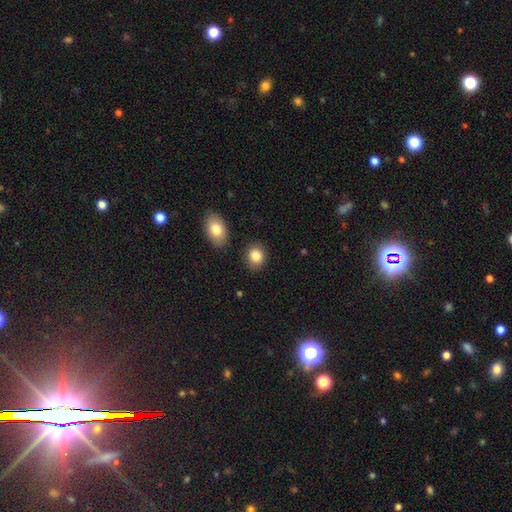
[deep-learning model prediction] A smooth galaxy with no disk features (86%) that is round (55%). Merging: none (83%).